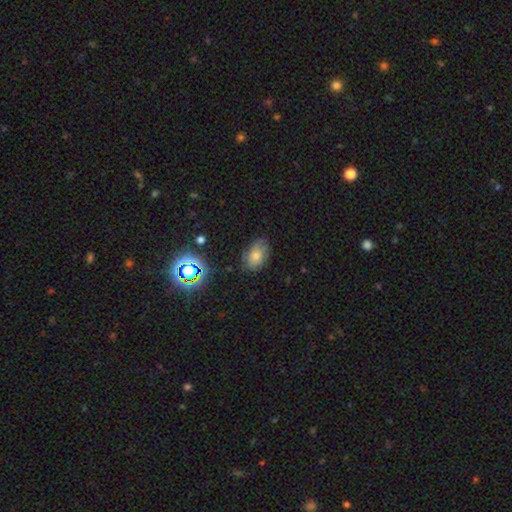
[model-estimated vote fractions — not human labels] smooth_or_featured: smooth (p=0.66) [alt: featured or disk p=0.18]
how_rounded: in between (p=0.85) [alt: round p=0.13]
merging: none (p=0.69) [alt: minor disturbance p=0.23]